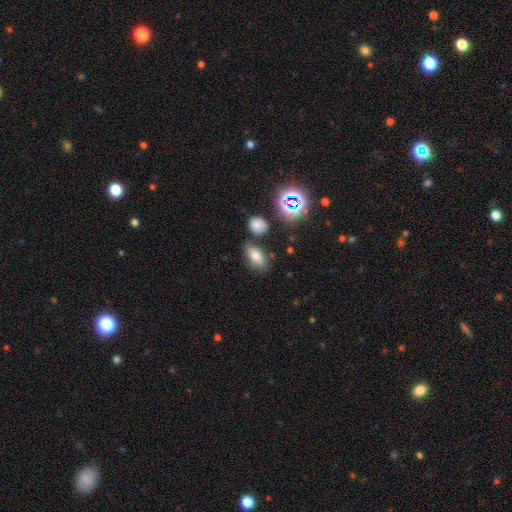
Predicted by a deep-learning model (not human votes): A smooth galaxy with no disk features (68%) that is in between round and cigar-shaped (84%). Merging: none (73%).